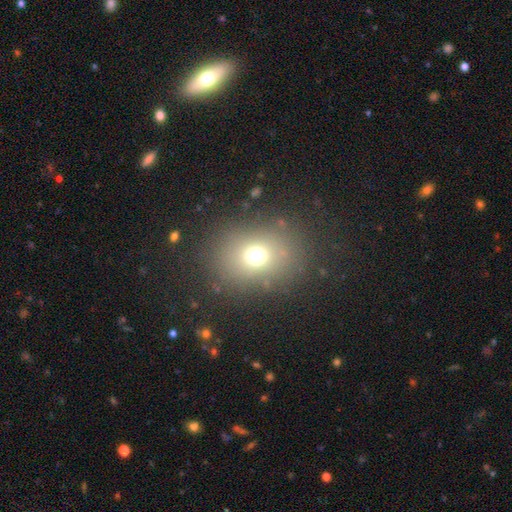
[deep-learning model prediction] smooth_or_featured: smooth (p=0.71) [alt: star or artifact p=0.17]
how_rounded: in between (p=0.53) [alt: round p=0.46]
merging: none (p=0.81) [alt: minor disturbance p=0.11]